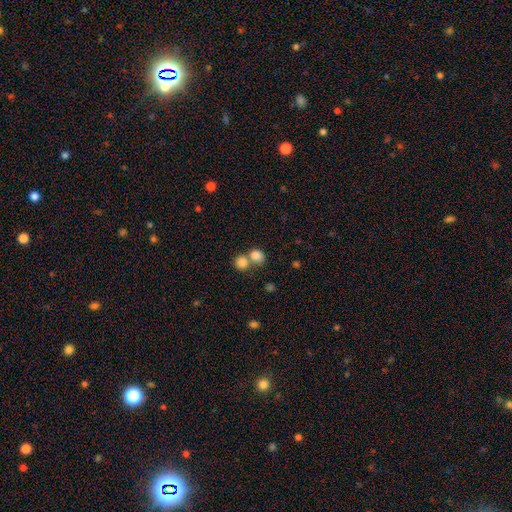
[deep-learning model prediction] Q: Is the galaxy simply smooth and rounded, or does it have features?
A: smooth — 82%.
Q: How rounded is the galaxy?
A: round — 73%.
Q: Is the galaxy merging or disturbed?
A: merger — 49%.